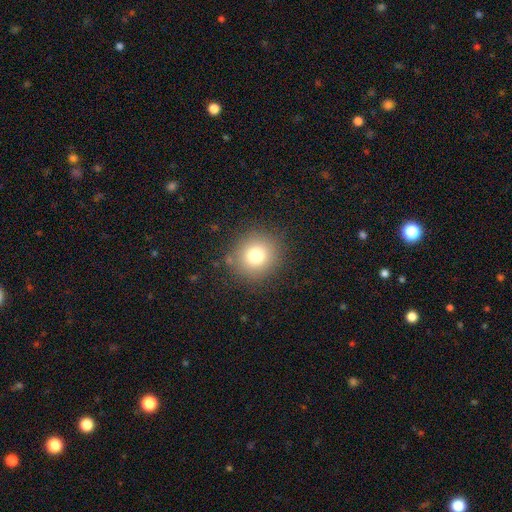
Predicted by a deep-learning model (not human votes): A smooth galaxy with no disk features (77%) that is round (90%). Merging: none (86%).